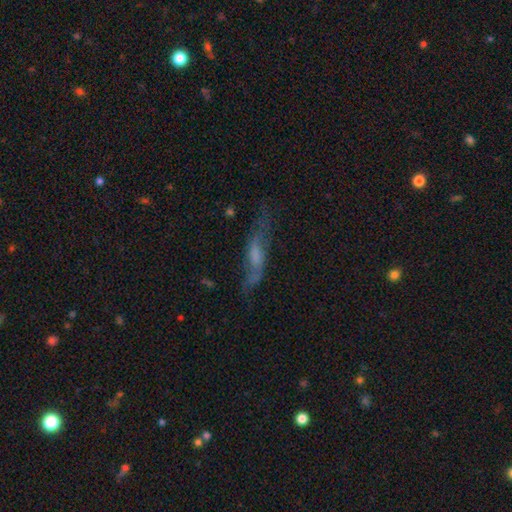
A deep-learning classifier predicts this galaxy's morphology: Smooth or featured?
  - featured or disk: 53% *
  - smooth: 37%
  - star or artifact: 10%
Edge-on disk?
  - no: 60% *
  - yes: 40%
Merging?
  - none: 54% *
  - minor disturbance: 24%
  - major disturbance: 19%
  - merger: 3%